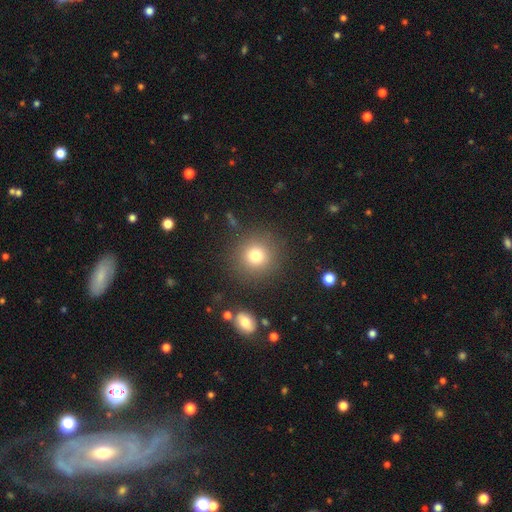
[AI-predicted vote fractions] Smooth or featured? smooth (77%)
How rounded? round (93%)
Merging? none (87%)